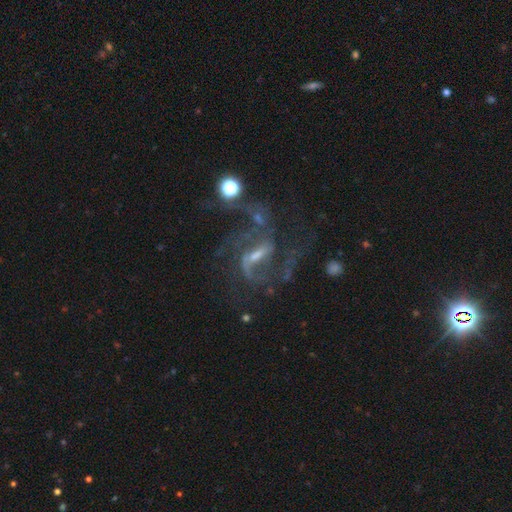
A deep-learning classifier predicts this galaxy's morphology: Smooth or featured: featured or disk — 84% (star or artifact — 10%)
Edge-on disk: no — 97% (yes — 3%)
Bar: strong — 44% (weak — 43%)
Spiral arms: yes — 94% (no — 6%)
Spiral winding: medium — 45% (loose — 42%)
Spiral arm count: 2 — 63% (can't tell — 12%)
Bulge size: small — 54% (moderate — 32%)
Merging: none — 43% (major disturbance — 33%)